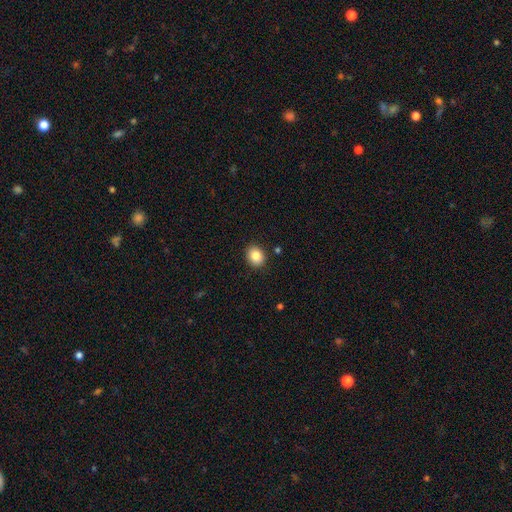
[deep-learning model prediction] Smooth or featured? smooth (85%)
How rounded? round (56%)
Merging? none (89%)